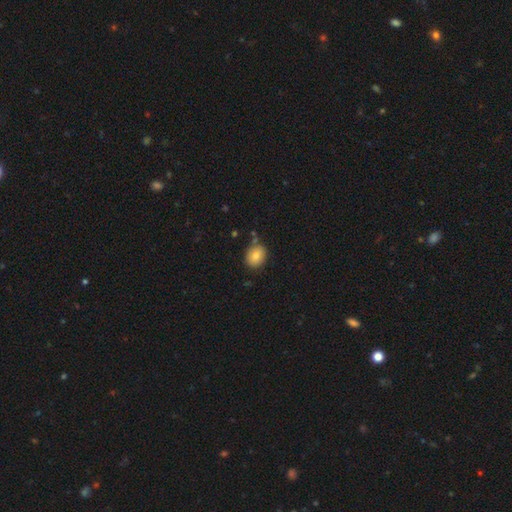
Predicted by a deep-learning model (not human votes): The model was most divided on "how rounded": round: 52%, in between: 47%, cigar-shaped: 1%. More confident: smooth or featured — smooth (82%); merging — none (77%).